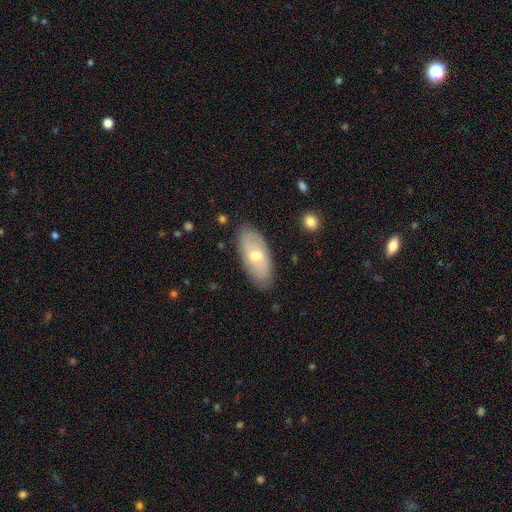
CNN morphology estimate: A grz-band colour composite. It shows a smooth galaxy with no disk features (50%). Merging: none (84%).